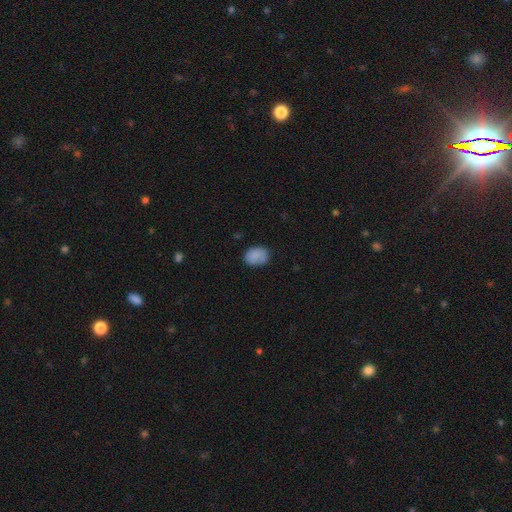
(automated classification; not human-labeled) A smooth galaxy with no disk features (84%) that is in between round and cigar-shaped (61%).

Vote fractions:
- Smooth or featured? smooth: 84% / star or artifact: 8% / featured or disk: 7%
- How rounded? in between: 61% / round: 38% / cigar-shaped: 1%
- Merging? none: 69% / minor disturbance: 23% / major disturbance: 6% / merger: 2%